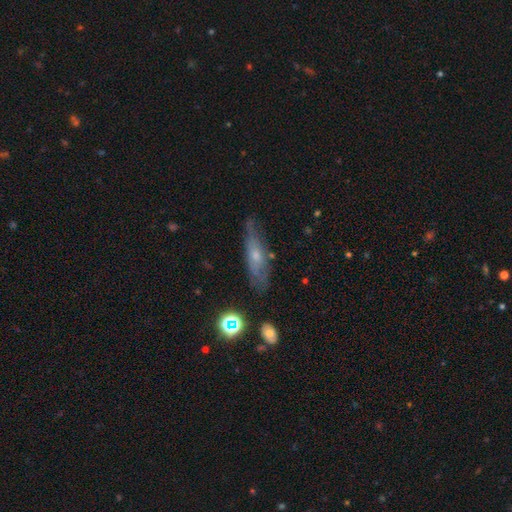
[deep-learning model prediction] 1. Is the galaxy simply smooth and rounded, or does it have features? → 50% featured or disk, 39% smooth, 11% star or artifact.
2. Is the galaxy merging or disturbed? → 68% none, 23% minor disturbance, 7% major disturbance, 3% merger.